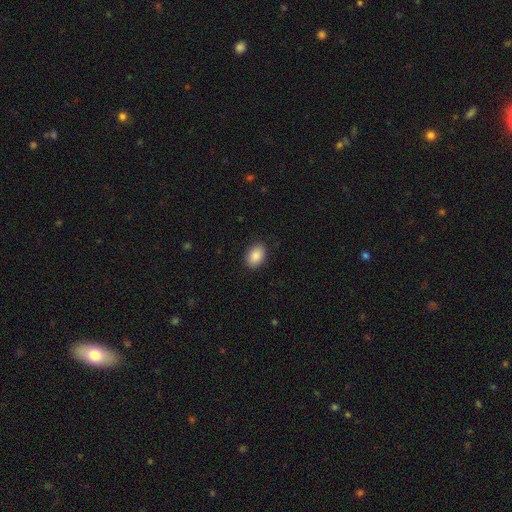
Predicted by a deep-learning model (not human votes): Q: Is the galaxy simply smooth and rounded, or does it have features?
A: smooth — 89%.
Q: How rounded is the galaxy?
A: in between — 85%.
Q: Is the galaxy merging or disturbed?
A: none — 88%.